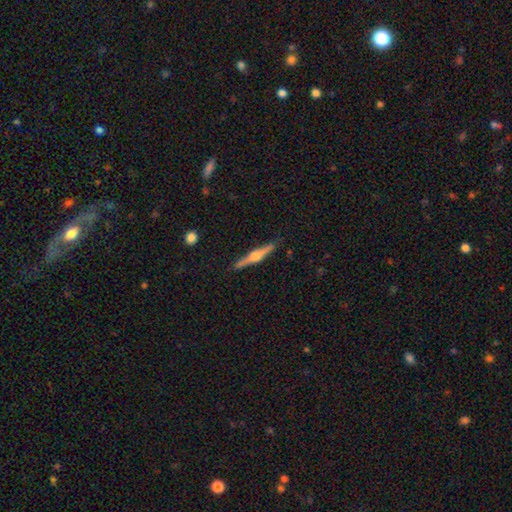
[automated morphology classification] This is likely a featured or disk galaxy (75%). It is clearly viewed edge-on (98%). Edge-on bulge: clearly rounded (92%). Merging: clearly none (89%).